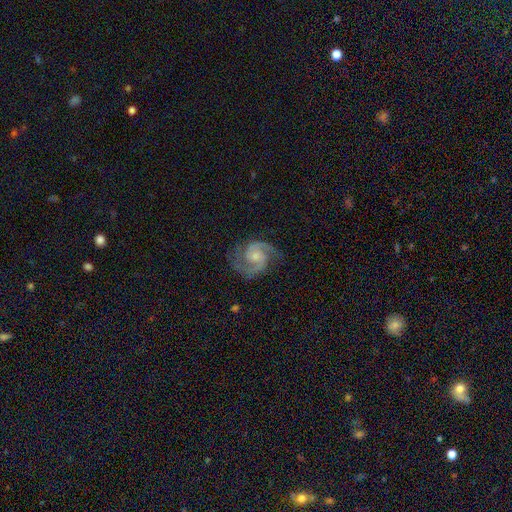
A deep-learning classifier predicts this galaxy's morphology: type=featured or disk (92%); edge-on=no (98%); bar=no (59%); spiral arms=yes (98%); winding=medium (60%); arm count=2 (92%); bulge=small (45%); merging=none (78%).